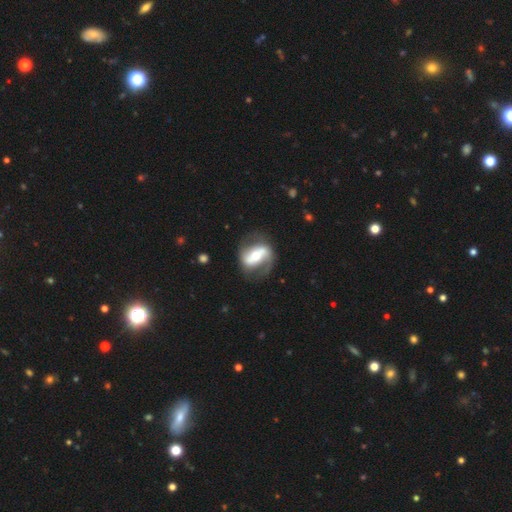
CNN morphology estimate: A featured or disk galaxy (79%) with a strong bar (50%), 2 (84%) loose (43%) spiral arms (85%) and a moderate central bulge (66%). Merging: none (68%).